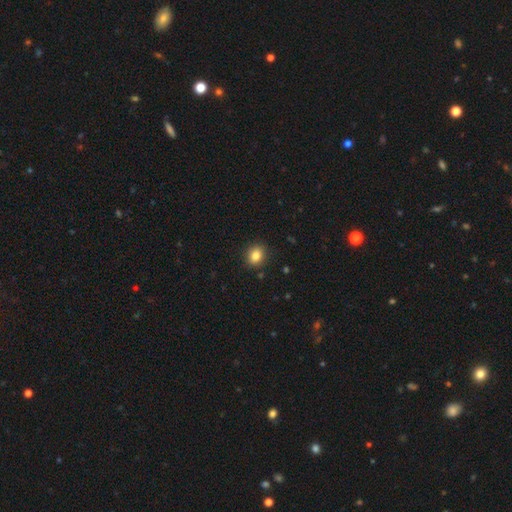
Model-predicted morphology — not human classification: Q: Smooth or featured?
A: smooth (83%); runner-up: star or artifact (10%)
Q: How rounded?
A: round (57%); runner-up: in between (42%)
Q: Merging?
A: none (89%); runner-up: minor disturbance (7%)